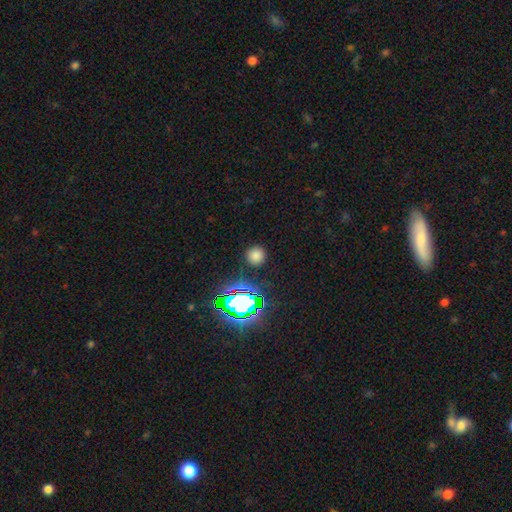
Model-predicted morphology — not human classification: Q: Smooth or featured?
A: smooth (72%); runner-up: star or artifact (22%)
Q: How rounded?
A: round (94%); runner-up: in between (5%)
Q: Merging?
A: none (89%); runner-up: minor disturbance (6%)